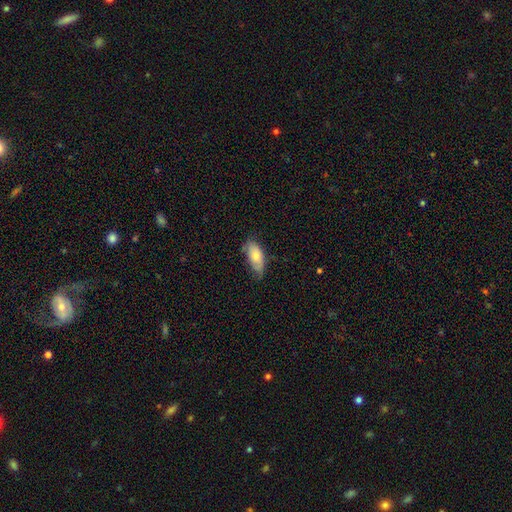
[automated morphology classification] Smooth or featured?
  - smooth: 72% *
  - featured or disk: 21%
  - star or artifact: 7%
How rounded?
  - in between: 88% *
  - cigar-shaped: 9%
  - round: 3%
Merging?
  - none: 60% *
  - minor disturbance: 32%
  - major disturbance: 6%
  - merger: 2%